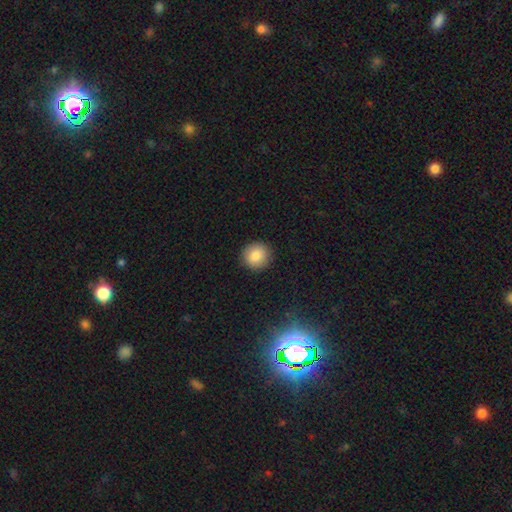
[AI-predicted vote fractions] A smooth galaxy with no disk features (85%) that is round (92%). Merging: none (91%).